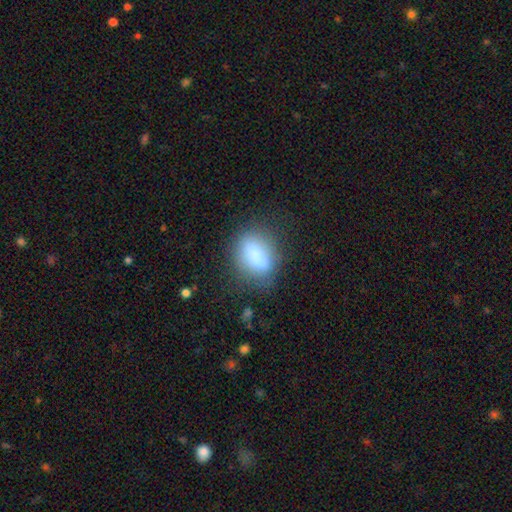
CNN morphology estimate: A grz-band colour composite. It shows a smooth galaxy with no disk features (74%) that is in between round and cigar-shaped (72%). Merging: none (63%).